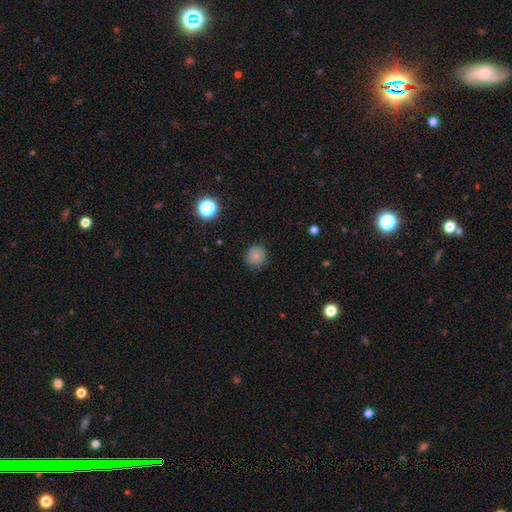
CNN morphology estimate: type=smooth (82%); roundness=round (89%); merging=none (85%).